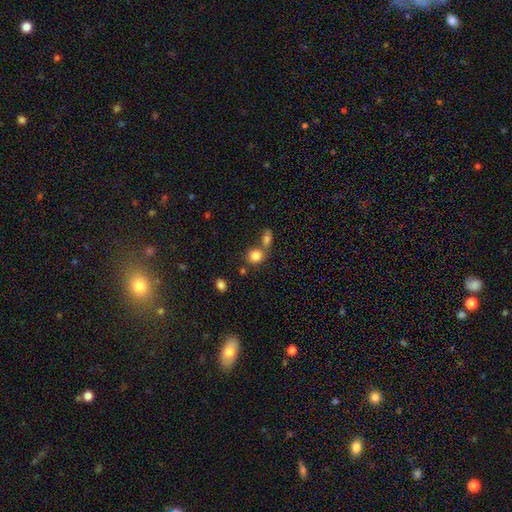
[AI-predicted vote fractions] Smooth or featured? smooth (83%)
How rounded? round (78%)
Merging? none (52%)